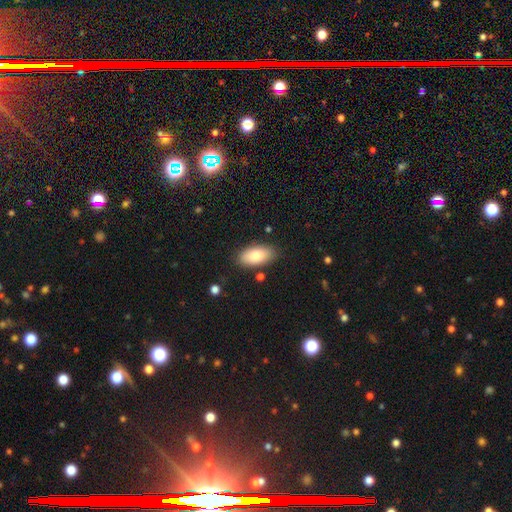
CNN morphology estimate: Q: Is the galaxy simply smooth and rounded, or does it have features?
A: smooth — 83%.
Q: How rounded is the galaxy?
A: in between — 93%.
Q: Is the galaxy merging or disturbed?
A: none — 83%.